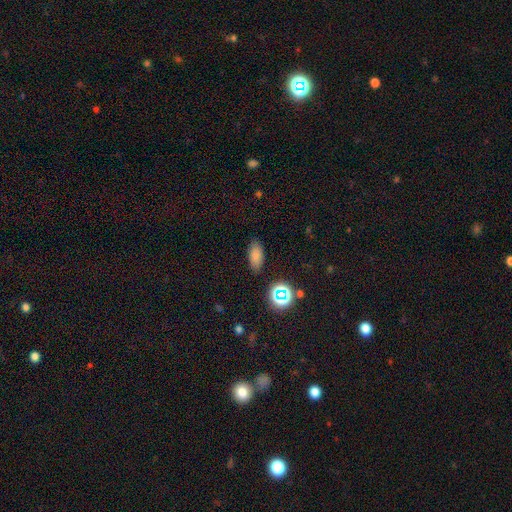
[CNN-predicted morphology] A smooth galaxy with no disk features (79%) that is in between round and cigar-shaped (87%).

Vote fractions:
- Smooth or featured? smooth: 79% / star or artifact: 15% / featured or disk: 6%
- How rounded? in between: 87% / cigar-shaped: 7% / round: 6%
- Merging? none: 83% / minor disturbance: 12% / major disturbance: 3% / merger: 2%